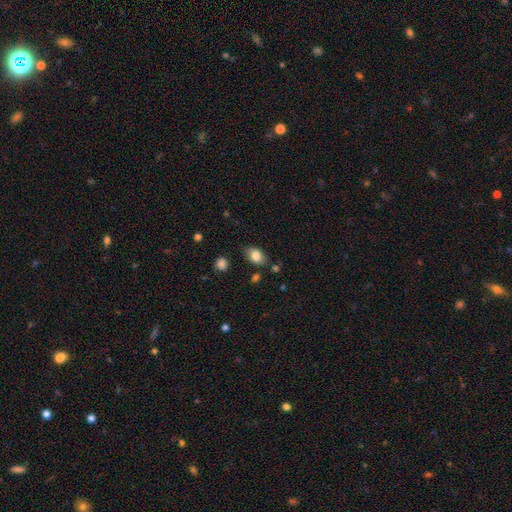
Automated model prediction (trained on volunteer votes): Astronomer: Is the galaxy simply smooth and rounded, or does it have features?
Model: smooth — 82%.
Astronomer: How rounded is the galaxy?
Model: in between — 86%.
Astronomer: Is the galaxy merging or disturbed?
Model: none — 77%.